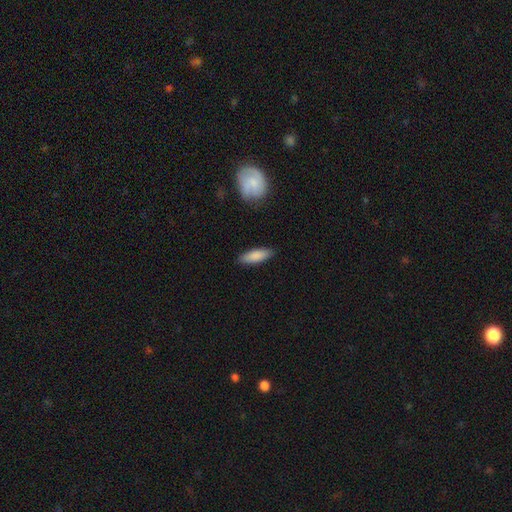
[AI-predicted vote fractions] The model was most divided on "how rounded": in between: 52%, cigar-shaped: 46%, round: 2%. More confident: merging — none (86%); smooth or featured — smooth (84%).